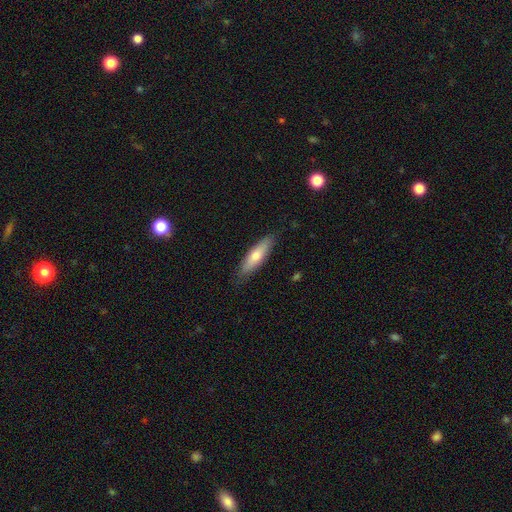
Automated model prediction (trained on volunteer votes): A smooth galaxy with no disk features (65%) that is cigar-shaped (62%). Merging: none (84%).